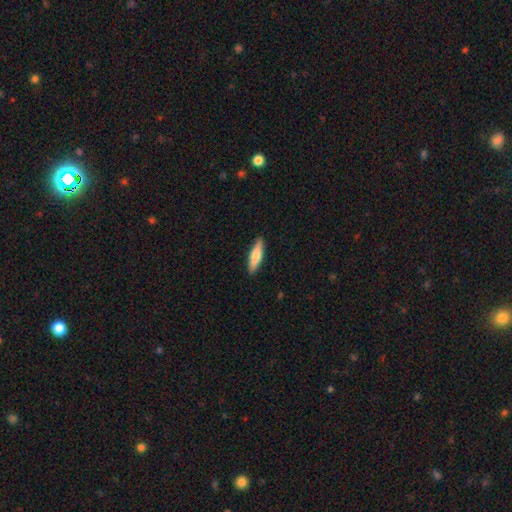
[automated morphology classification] Q: Smooth or featured?
A: smooth (67%); runner-up: featured or disk (27%)
Q: How rounded?
A: cigar-shaped (68%); runner-up: in between (30%)
Q: Merging?
A: none (90%); runner-up: minor disturbance (8%)